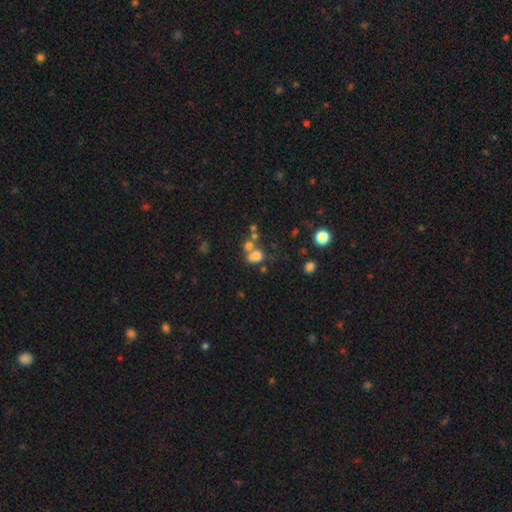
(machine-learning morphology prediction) Smooth or featured: smooth — 70% (star or artifact — 16%)
How rounded: in between — 60% (round — 39%)
Merging: merger — 45% (none — 35%)